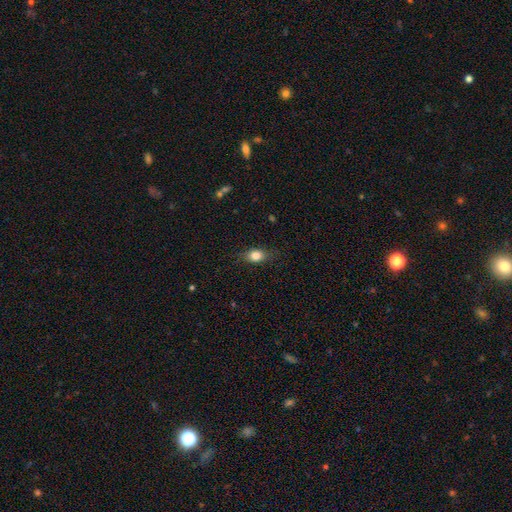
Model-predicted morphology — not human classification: This is clearly a smooth galaxy (81%). How rounded: likely in between (70%). Merging: clearly none (81%).